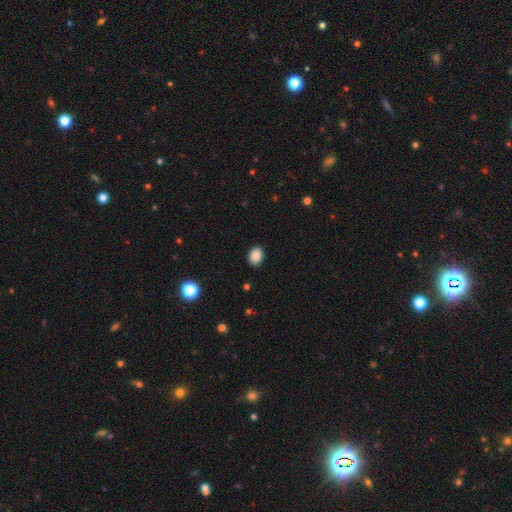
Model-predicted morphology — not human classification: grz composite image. It shows a smooth galaxy with no disk features (88%) that is in between round and cigar-shaped (59%). Merging: none (90%).